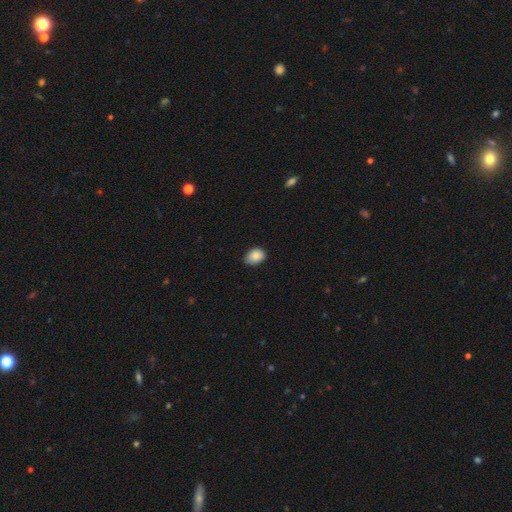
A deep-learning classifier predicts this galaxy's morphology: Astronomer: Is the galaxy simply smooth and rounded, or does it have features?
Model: smooth — 87%.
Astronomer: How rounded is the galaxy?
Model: in between — 74%.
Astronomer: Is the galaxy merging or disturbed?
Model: none — 72%.